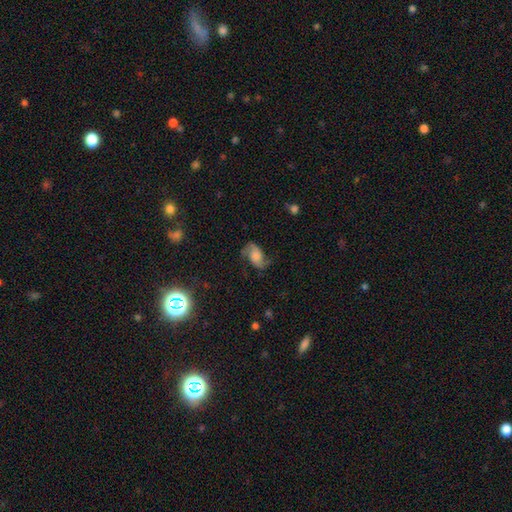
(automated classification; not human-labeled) The model was most divided on "bulge size": none: 35%, large: 26%, moderate: 15%, small: 14%, dominant: 10%. More confident: edge-on disk — no (97%); spiral arms — yes (94%); spiral arm count — 2 (91%); smooth or featured — featured or disk (69%); merging — none (67%); bar — no (62%); spiral winding — loose (57%).